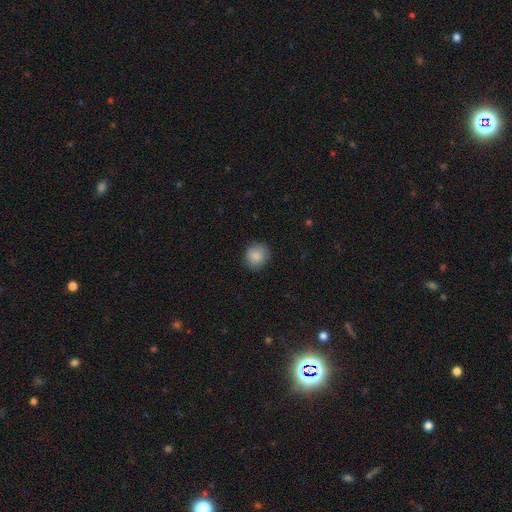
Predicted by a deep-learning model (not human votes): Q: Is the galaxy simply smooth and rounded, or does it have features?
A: smooth — 87%.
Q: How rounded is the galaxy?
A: round — 85%.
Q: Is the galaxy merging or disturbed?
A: none — 85%.